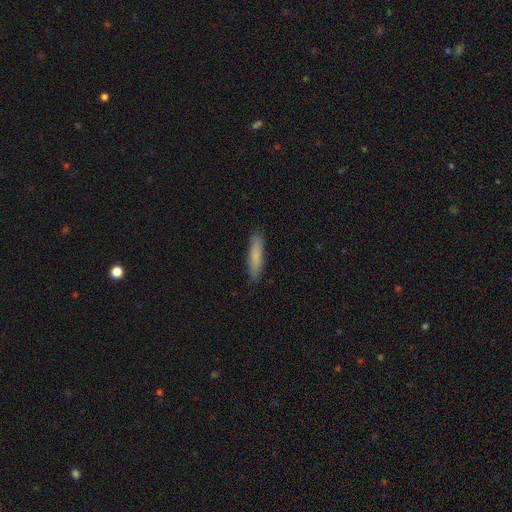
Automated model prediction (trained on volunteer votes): This is likely a smooth galaxy (79%). How rounded: clearly cigar-shaped (83%). Merging: clearly none (88%).